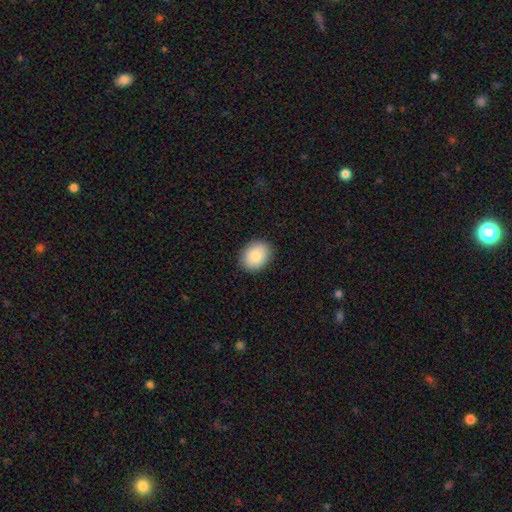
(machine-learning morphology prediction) Overall: smooth (85%). How rounded: in between (56%; round 43%). Merging: none (89%).